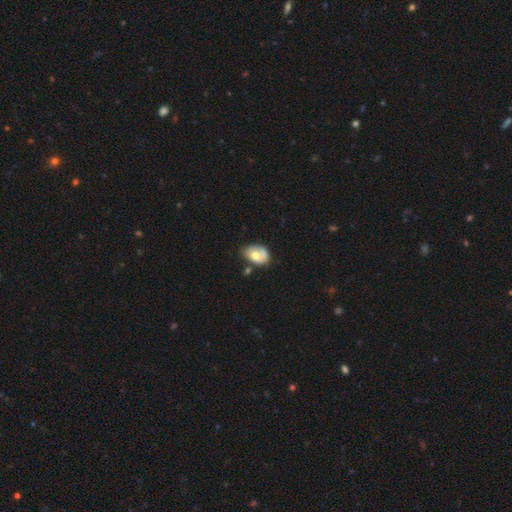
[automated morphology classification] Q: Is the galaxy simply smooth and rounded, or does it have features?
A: smooth — 63%.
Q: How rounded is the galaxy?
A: in between — 73%.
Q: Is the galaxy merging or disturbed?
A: none — 37%.